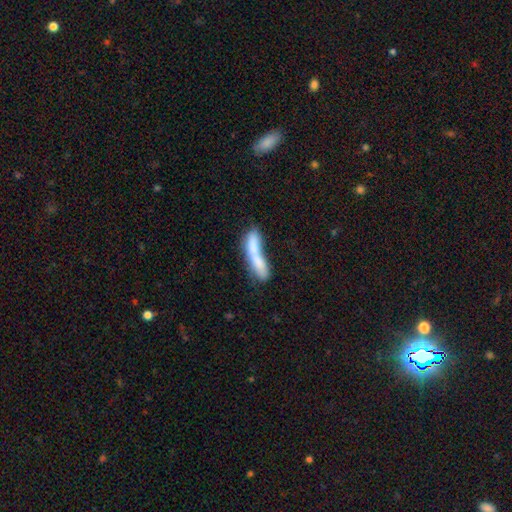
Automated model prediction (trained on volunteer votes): Smooth or featured? smooth (69%)
How rounded? cigar-shaped (74%)
Merging? merger (51%)